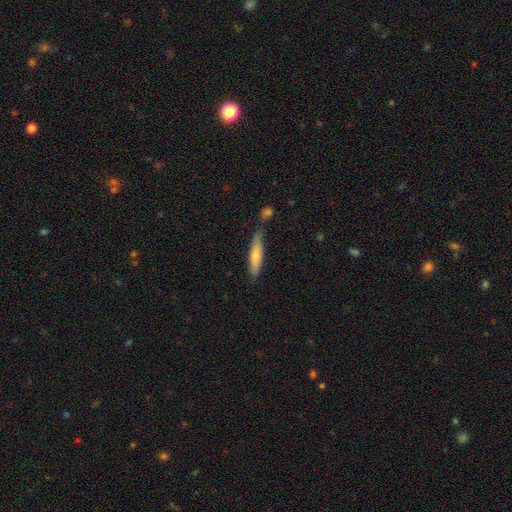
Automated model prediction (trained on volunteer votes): A smooth galaxy with no disk features (71%) that is cigar-shaped (82%). Merging: none (69%).